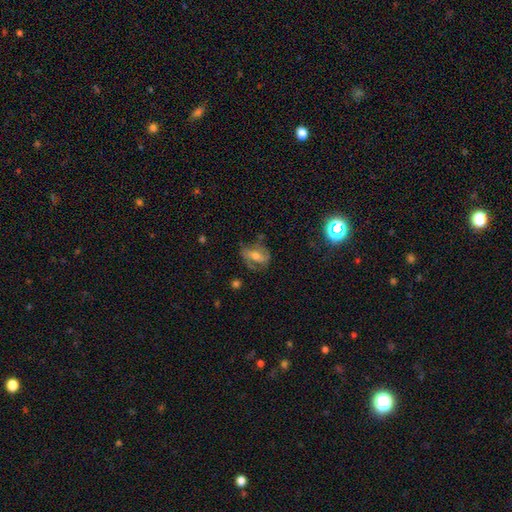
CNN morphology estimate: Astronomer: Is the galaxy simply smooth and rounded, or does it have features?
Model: featured or disk — 58%.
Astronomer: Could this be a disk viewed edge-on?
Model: no — 95%.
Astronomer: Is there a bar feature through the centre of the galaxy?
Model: weak — 37% (runner-up: no, 36%).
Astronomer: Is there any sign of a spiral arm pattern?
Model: yes — 77%.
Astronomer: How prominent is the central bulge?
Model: moderate — 57%.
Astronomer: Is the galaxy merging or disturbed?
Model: none — 56%.